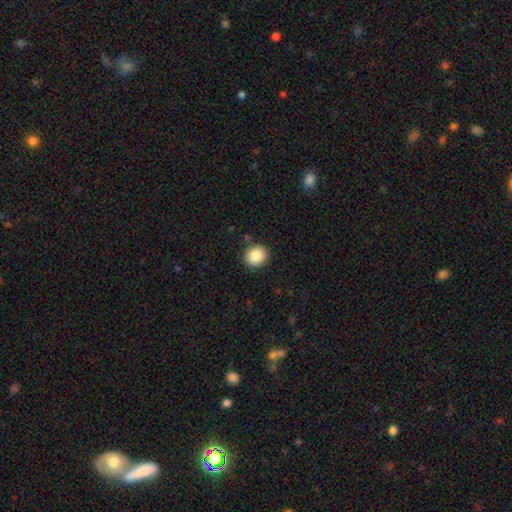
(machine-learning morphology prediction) smooth_or_featured: smooth (p=0.85) [alt: star or artifact p=0.09]
how_rounded: round (p=0.77) [alt: in between p=0.23]
merging: none (p=0.89) [alt: minor disturbance p=0.07]